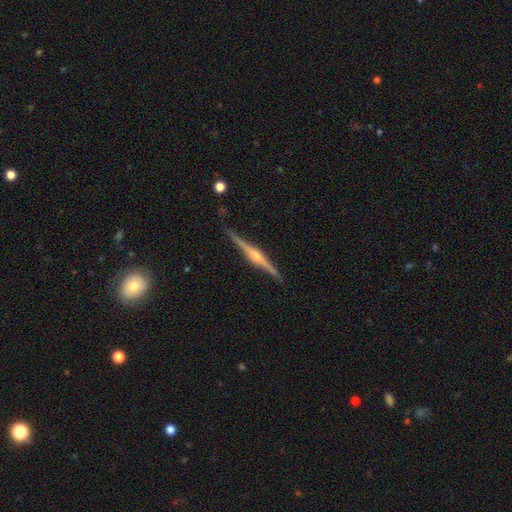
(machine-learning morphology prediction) This is clearly a featured or disk galaxy (86%). It is clearly viewed edge-on (98%). Edge-on bulge: clearly rounded (84%). Merging: clearly none (90%).